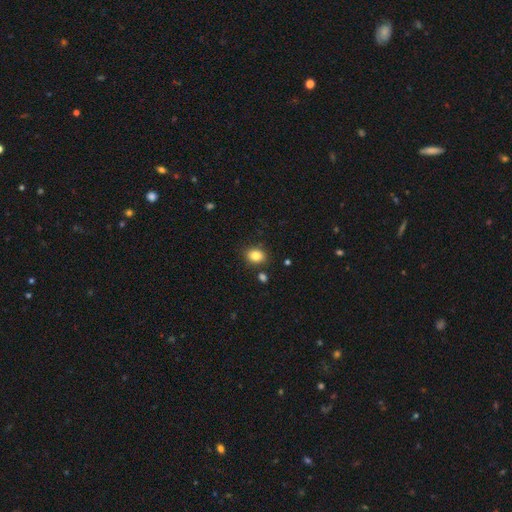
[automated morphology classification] Smooth or featured: smooth — 84% (star or artifact — 10%)
How rounded: in between — 56% (round — 43%)
Merging: none — 83% (minor disturbance — 10%)